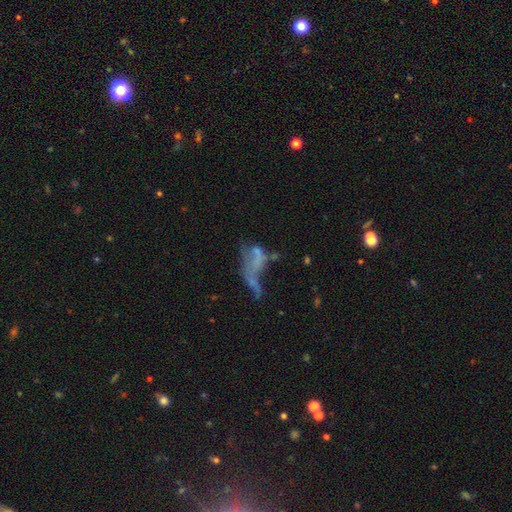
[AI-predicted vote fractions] Smooth or featured: featured or disk — 46% (smooth — 36%)
Merging: major disturbance — 39% (merger — 33%)